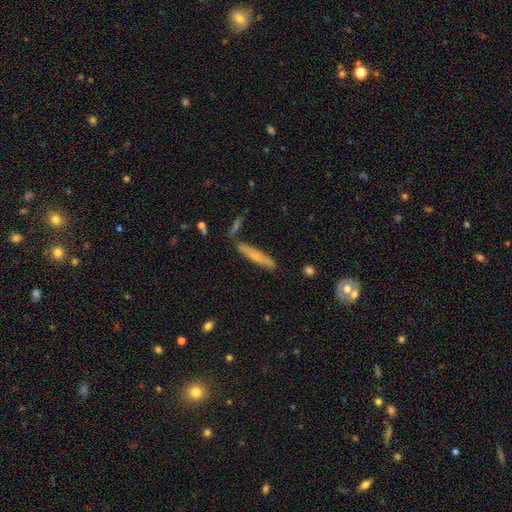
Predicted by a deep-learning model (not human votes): Smooth or featured? smooth (57%)
How rounded? cigar-shaped (93%)
Merging? none (81%)